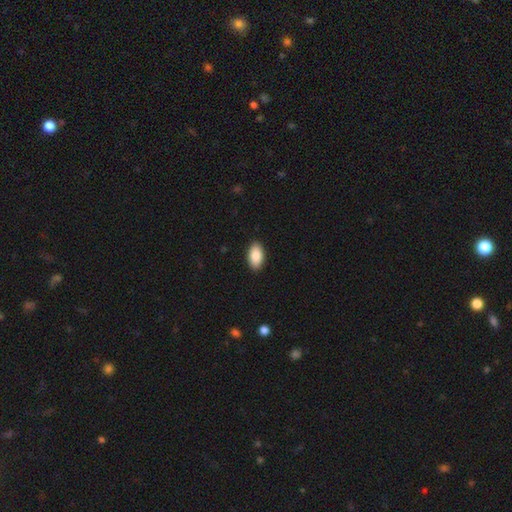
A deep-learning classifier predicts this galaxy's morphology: Smooth or featured: smooth — 89% (star or artifact — 6%)
How rounded: in between — 95% (round — 3%)
Merging: none — 90% (minor disturbance — 7%)